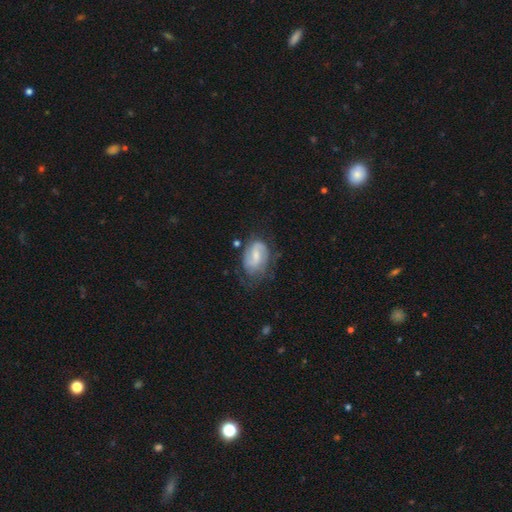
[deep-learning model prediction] A featured or disk galaxy (65%) with a weak bar (56%), 2 (68%) medium (44%) spiral arms (85%) and a small central bulge (42%).

Vote fractions:
- Smooth or featured? featured or disk: 65% / smooth: 28% / star or artifact: 7%
- Edge-on disk? no: 97% / yes: 3%
- Bar? weak: 56% / no: 24% / strong: 20%
- Spiral arms? yes: 85% / no: 15%
- Spiral winding? medium: 44% / tight: 30% / loose: 27%
- Spiral arm count? 2: 68% / can't tell: 18% / 1: 8% / 3: 3% / 4: 1% / more than 4: 1%
- Bulge size? small: 42% / moderate: 35% / none: 17% / large: 5% / dominant: 1%
- Merging? none: 50% / minor disturbance: 28% / major disturbance: 18% / merger: 4%